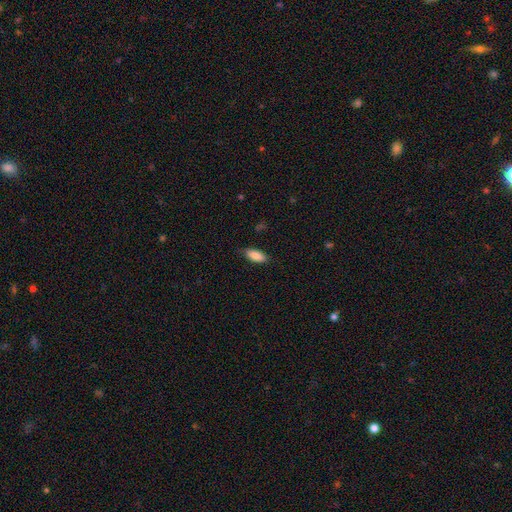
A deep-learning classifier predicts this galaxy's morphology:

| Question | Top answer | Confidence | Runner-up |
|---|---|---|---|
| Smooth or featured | smooth | 87% | star or artifact (7%) |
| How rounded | in between | 84% | cigar-shaped (14%) |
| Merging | none | 80% | minor disturbance (16%) |